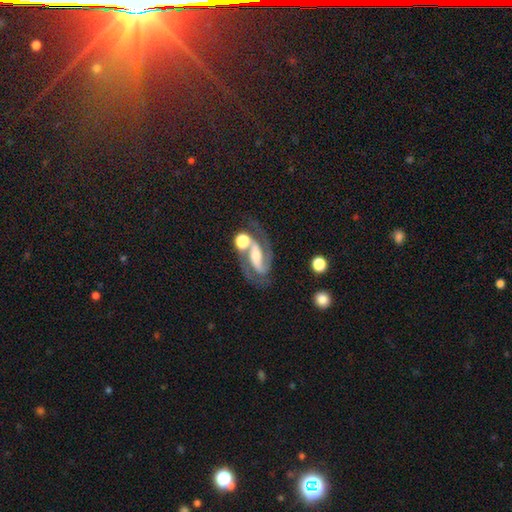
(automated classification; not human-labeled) This appears to be a featured or disk galaxy (86%) with a strong bar (48%), 2 (91%) medium (57%) spiral arms (97%) and a moderate central bulge (46%). Merging: none (64%).